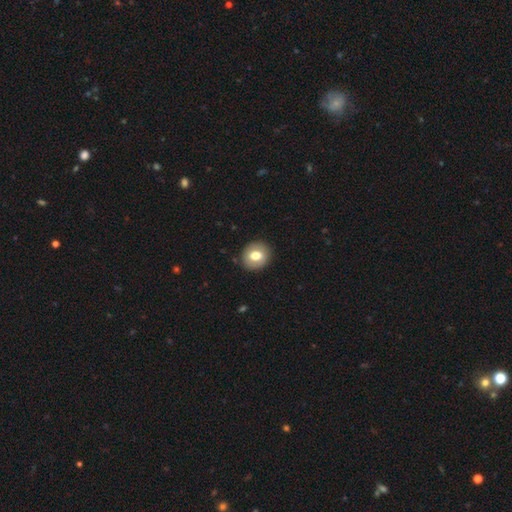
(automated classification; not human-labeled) Morphology: type=smooth (73%); roundness=round (76%); merging=none (90%).